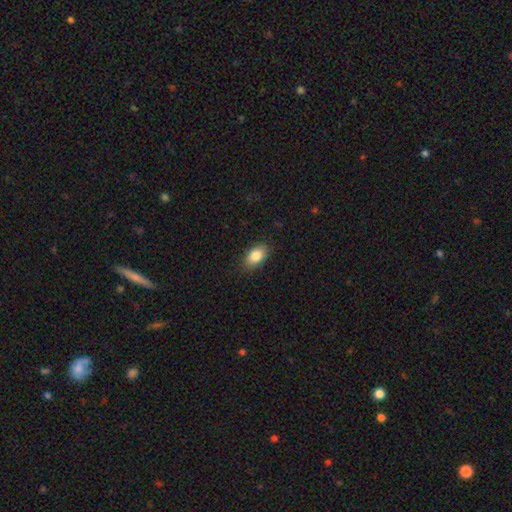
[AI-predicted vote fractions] Morphology: type=smooth (86%); roundness=in between (90%); merging=none (86%).